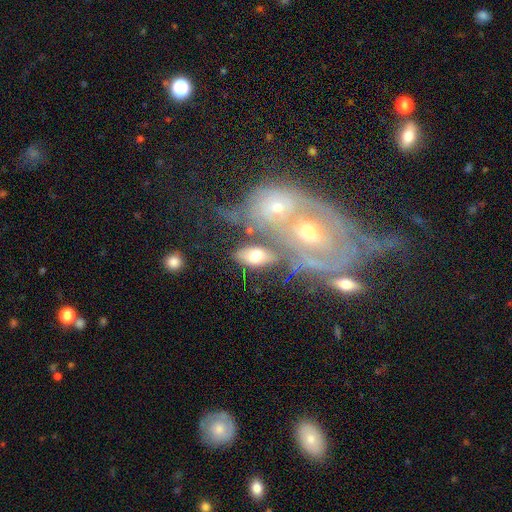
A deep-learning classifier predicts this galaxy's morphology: Smooth or featured: smooth — 54% (featured or disk — 36%)
How rounded: in between — 88% (round — 8%)
Merging: none — 46% (merger — 30%)